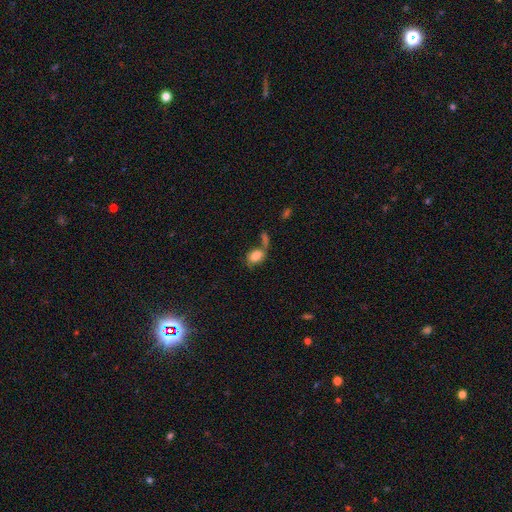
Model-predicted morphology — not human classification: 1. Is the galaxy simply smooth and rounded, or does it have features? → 75% smooth, 15% featured or disk, 9% star or artifact.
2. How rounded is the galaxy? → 75% in between, 23% round, 2% cigar-shaped.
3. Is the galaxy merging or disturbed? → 36% none, 32% merger, 17% minor disturbance, 14% major disturbance.